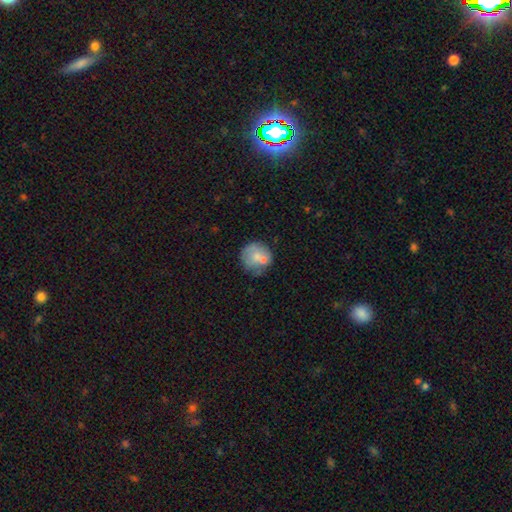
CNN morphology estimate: Overall: smooth (62%; featured or disk 30%). How rounded: round (87%). Merging: none (51%; minor disturbance 21%).